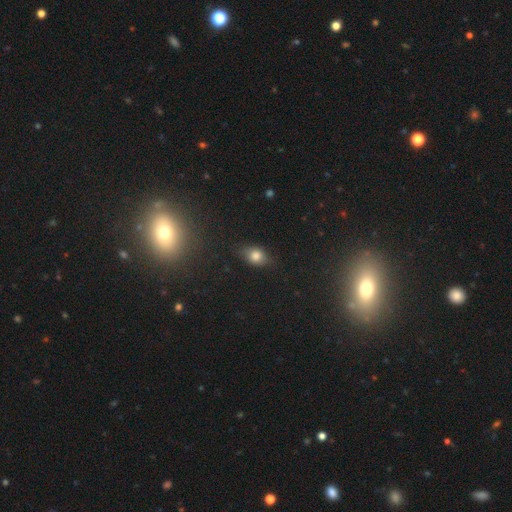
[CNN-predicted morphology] smooth 78%, star or artifact 12%, featured or disk 10%. Down the decision tree: how rounded — in between (66%); merging — none (76%).